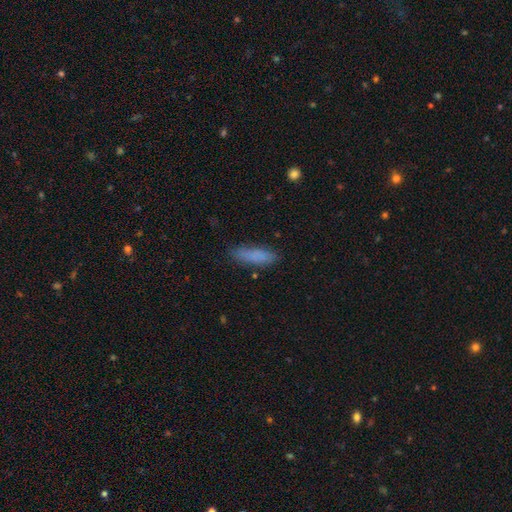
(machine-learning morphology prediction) Q: Smooth or featured?
A: smooth (83%); runner-up: featured or disk (9%)
Q: How rounded?
A: cigar-shaped (67%); runner-up: in between (32%)
Q: Merging?
A: none (82%); runner-up: minor disturbance (14%)